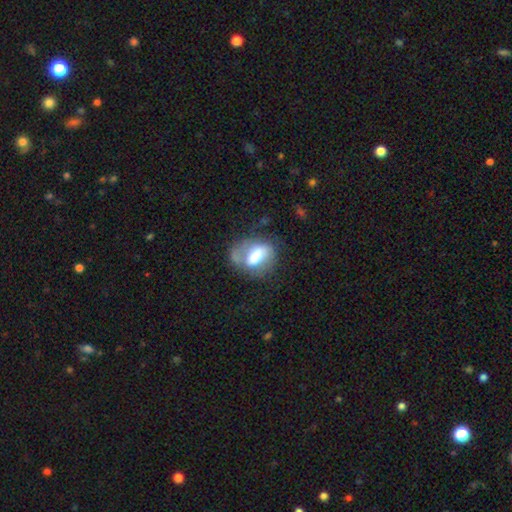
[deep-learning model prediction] This appears to be a smooth galaxy with no disk features (49%). Merging: none (44%).